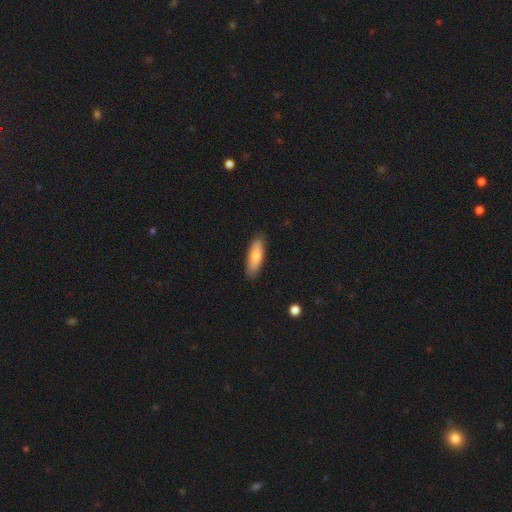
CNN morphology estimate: A smooth galaxy with no disk features (77%) that is in between round and cigar-shaped (54%). Merging: none (87%).